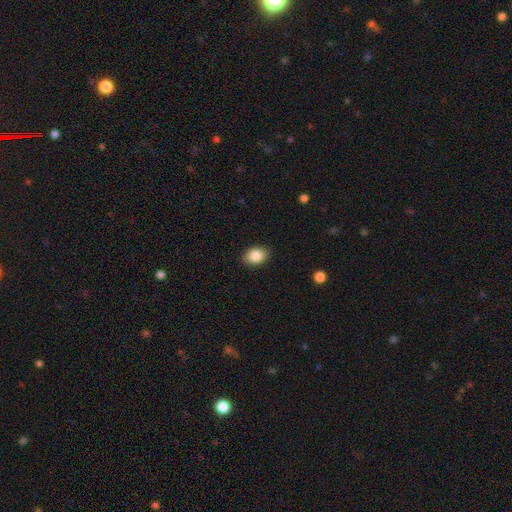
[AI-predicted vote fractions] Smooth or featured? smooth (87%)
How rounded? in between (73%)
Merging? none (87%)